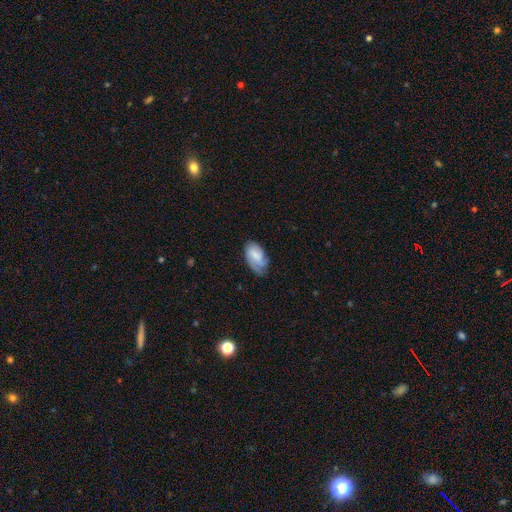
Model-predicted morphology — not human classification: Smooth or featured?
  - smooth: 55% *
  - featured or disk: 38%
  - star or artifact: 7%
How rounded?
  - in between: 93% *
  - round: 5%
  - cigar-shaped: 2%
Merging?
  - none: 56% *
  - minor disturbance: 32%
  - major disturbance: 11%
  - merger: 2%